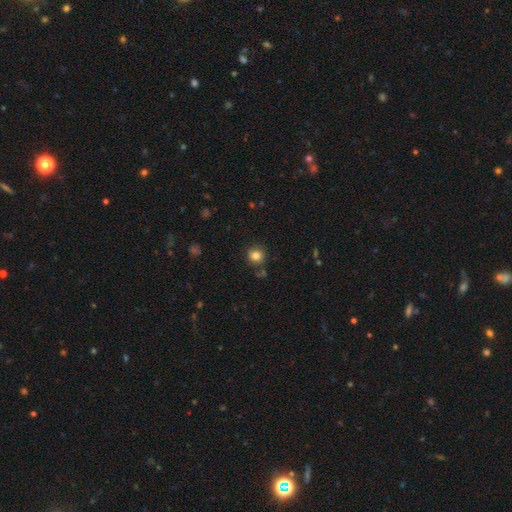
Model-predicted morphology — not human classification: Smooth or featured: smooth — 82% (star or artifact — 12%)
How rounded: round — 89% (in between — 10%)
Merging: none — 80% (minor disturbance — 11%)